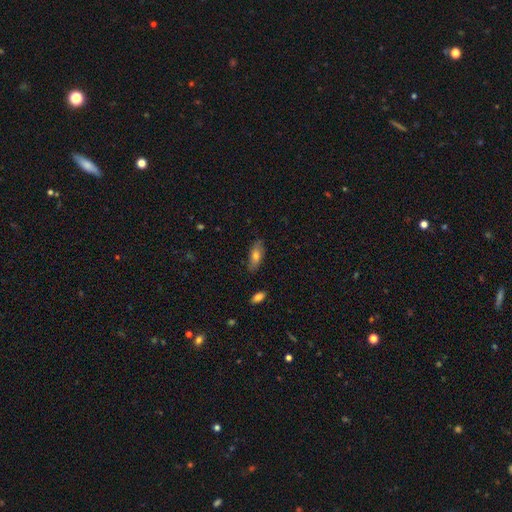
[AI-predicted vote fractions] smooth 69%, featured or disk 23%, star or artifact 7%. Down the decision tree: how rounded — in between (76%); merging — none (81%).